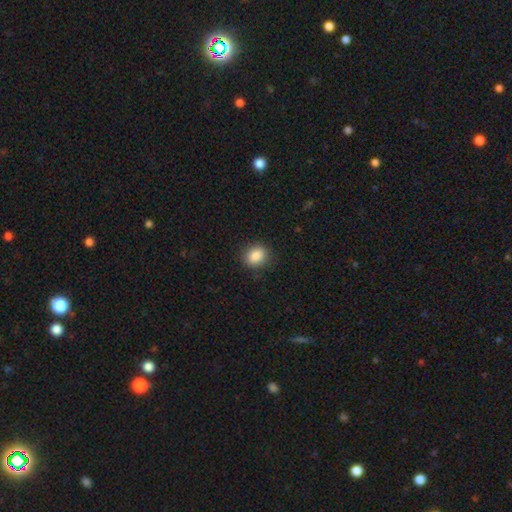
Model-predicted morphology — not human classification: smooth-or-featured: smooth: 87% | star or artifact: 9% | featured or disk: 4%
  how-rounded: round: 52% | in between: 47% | cigar-shaped: 1%
  merging: none: 87% | minor disturbance: 9% | major disturbance: 3% | merger: 1%